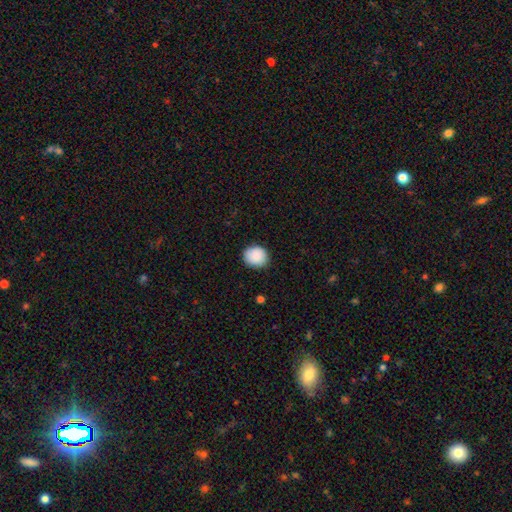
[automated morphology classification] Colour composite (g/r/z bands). It shows a smooth galaxy with no disk features (89%) that is round (76%). Merging: none (86%).